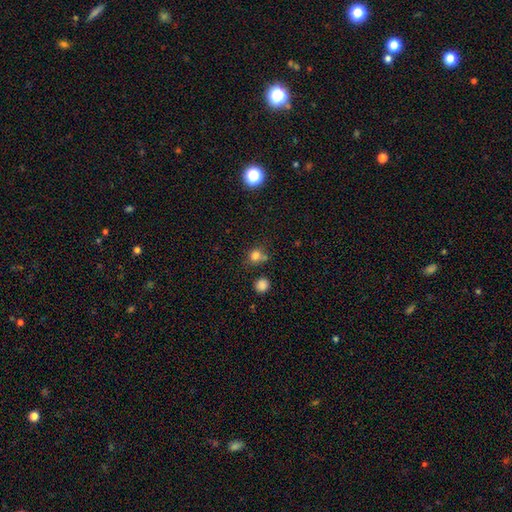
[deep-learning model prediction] smooth 78%, star or artifact 15%, featured or disk 7%. Down the decision tree: how rounded — round (78%); merging — none (61%).